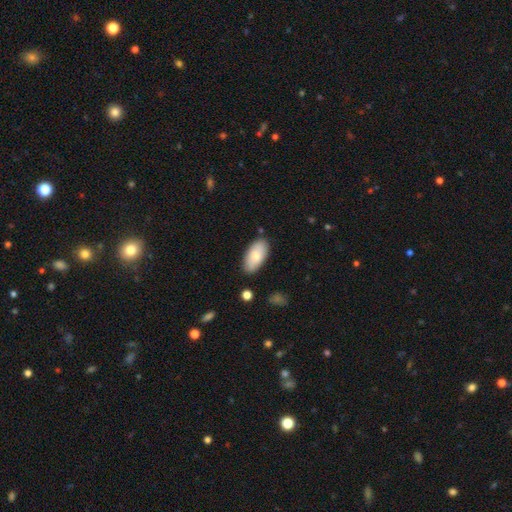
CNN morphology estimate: smooth 80%, featured or disk 15%, star or artifact 6%. Down the decision tree: how rounded — in between (94%); merging — none (82%).